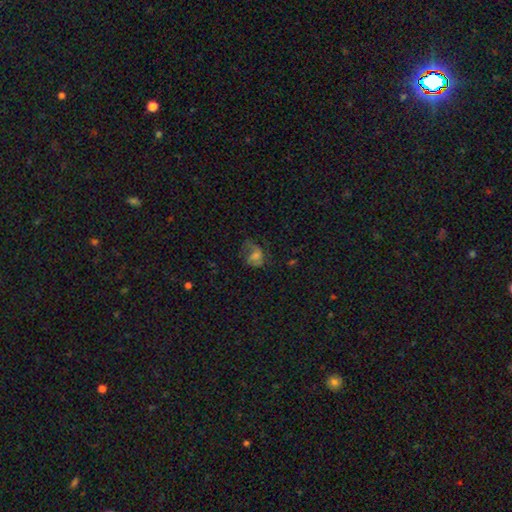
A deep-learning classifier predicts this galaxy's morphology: smooth-or-featured: smooth: 44% | featured or disk: 36% | star or artifact: 20%
  merging: none: 40% | major disturbance: 35% | minor disturbance: 22% | merger: 2%